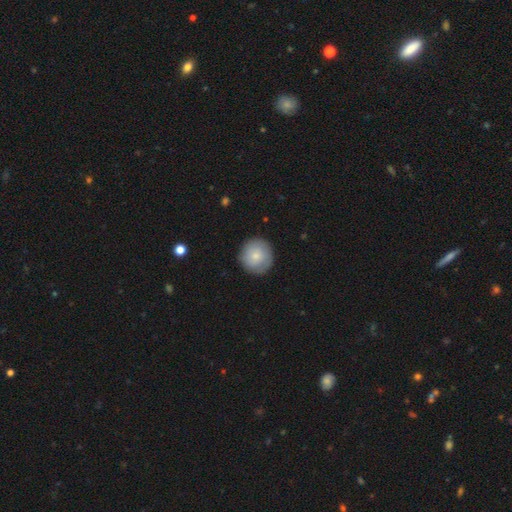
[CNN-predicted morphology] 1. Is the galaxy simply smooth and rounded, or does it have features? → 78% smooth, 16% featured or disk, 6% star or artifact.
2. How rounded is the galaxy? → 93% round, 6% in between, 1% cigar-shaped.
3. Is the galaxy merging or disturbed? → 87% none, 10% minor disturbance, 2% major disturbance, 1% merger.